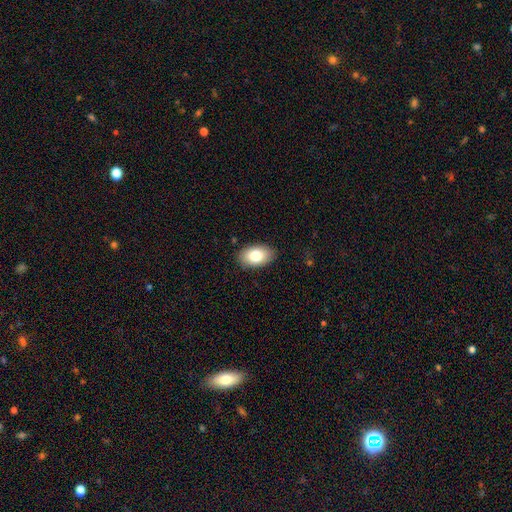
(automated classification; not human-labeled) Q: Smooth or featured?
A: smooth (81%); runner-up: featured or disk (11%)
Q: How rounded?
A: in between (90%); runner-up: round (8%)
Q: Merging?
A: none (87%); runner-up: minor disturbance (10%)